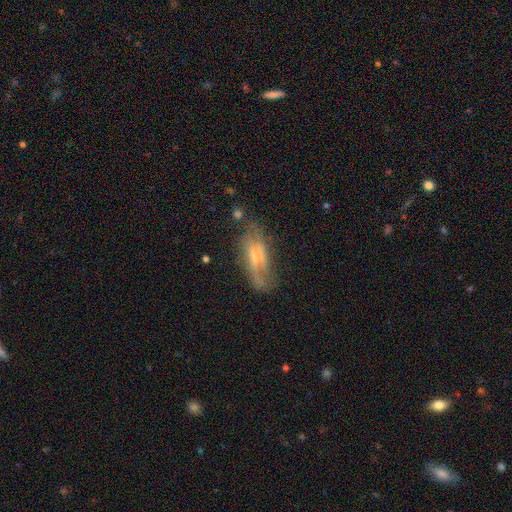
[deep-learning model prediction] featured or disk 58%, smooth 32%, star or artifact 9%. Down the decision tree: edge-on disk — no (74%); merging — none (55%).